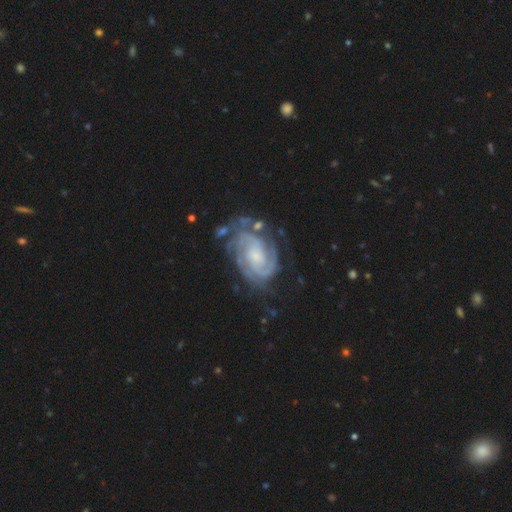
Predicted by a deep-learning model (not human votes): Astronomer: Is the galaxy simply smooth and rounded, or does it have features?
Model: featured or disk — 90%.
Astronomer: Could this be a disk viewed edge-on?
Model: no — 97%.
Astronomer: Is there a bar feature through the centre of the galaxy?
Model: no — 62%.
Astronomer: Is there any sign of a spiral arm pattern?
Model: yes — 98%.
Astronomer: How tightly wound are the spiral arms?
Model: tight — 70%.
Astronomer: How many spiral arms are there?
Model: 2 — 43% (runner-up: 3, 21%).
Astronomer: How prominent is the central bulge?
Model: small — 52% (runner-up: moderate, 31%).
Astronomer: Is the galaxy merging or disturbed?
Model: none — 65%.